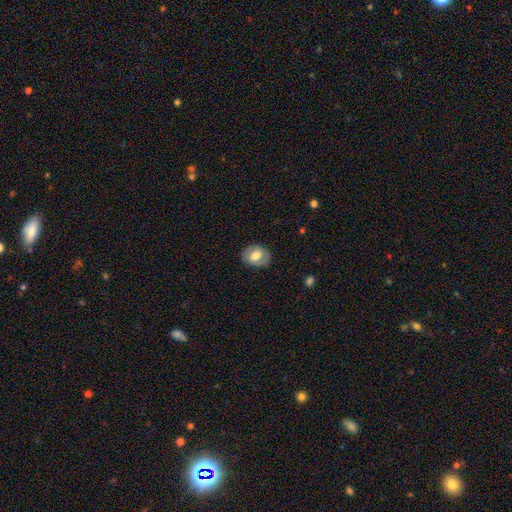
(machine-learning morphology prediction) The model was most divided on "how rounded": in between: 61%, round: 38%, cigar-shaped: 1%. More confident: merging — none (82%); smooth or featured — smooth (60%).